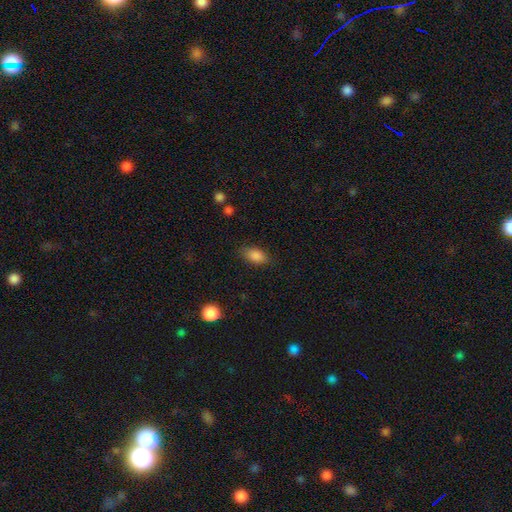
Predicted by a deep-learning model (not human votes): The model was most divided on "merging": none: 81%, minor disturbance: 14%, major disturbance: 4%, merger: 1%. More confident: how rounded — in between (89%); smooth or featured — smooth (87%).